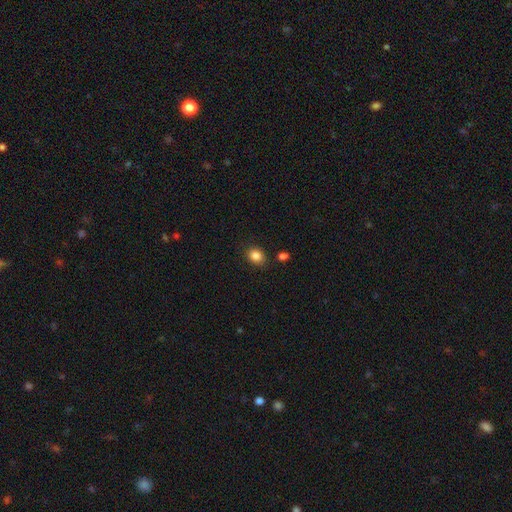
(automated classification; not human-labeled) smooth-or-featured: smooth: 85% | star or artifact: 10% | featured or disk: 4%
  how-rounded: round: 57% | in between: 43% | cigar-shaped: 1%
  merging: none: 82% | minor disturbance: 11% | merger: 4% | major disturbance: 3%